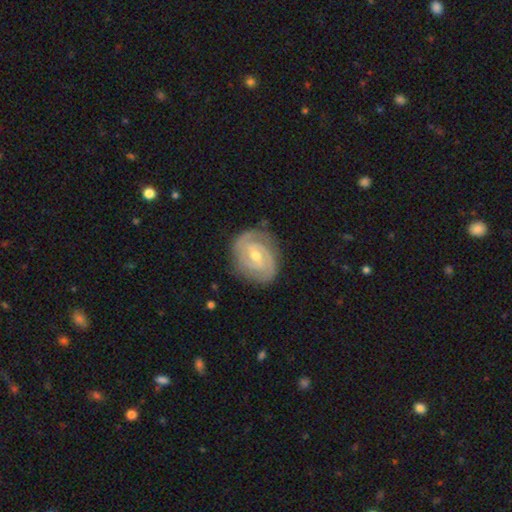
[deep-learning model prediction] The model was most divided on "bulge size": moderate: 55%, small: 42%, large: 1%, none: 1%, dominant: 1%. More confident: edge-on disk — no (97%); spiral arms — yes (96%); smooth or featured — featured or disk (87%); merging — none (80%); spiral arm count — 2 (69%); spiral winding — tight (67%); bar — weak (52%).